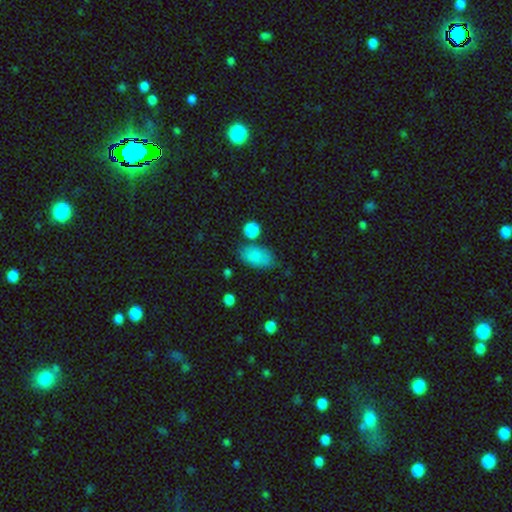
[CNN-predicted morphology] This is clearly a smooth galaxy (84%). How rounded: clearly in between (91%). Merging: likely none (63%).